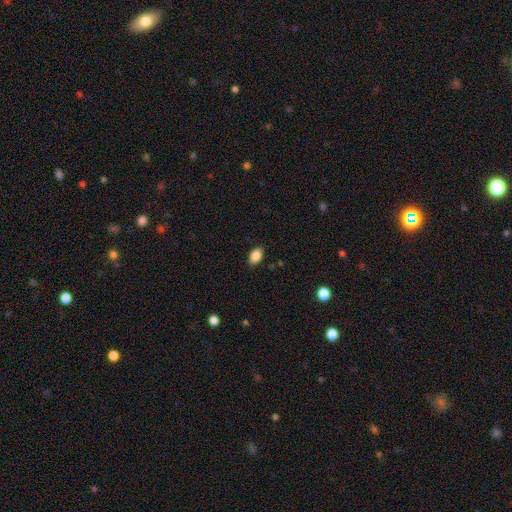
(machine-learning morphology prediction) type=smooth (87%); roundness=in between (89%); merging=none (87%).